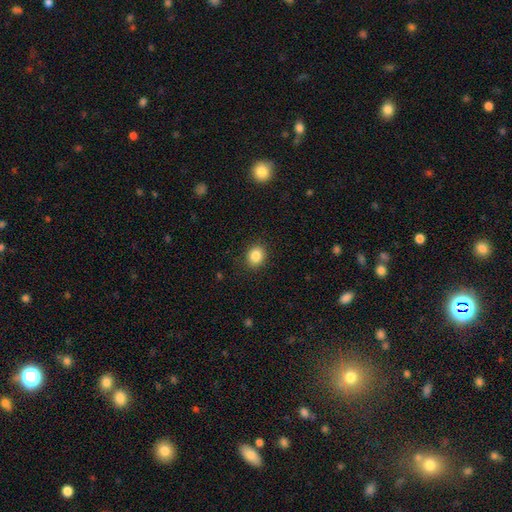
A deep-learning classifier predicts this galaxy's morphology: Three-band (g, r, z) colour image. It shows a smooth galaxy with no disk features (85%) that is round (68%). Merging: none (89%).